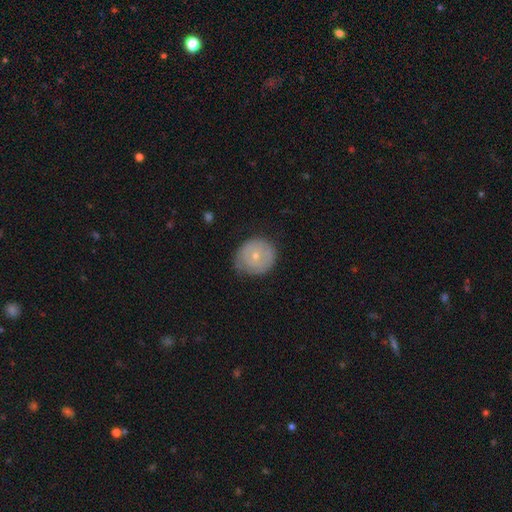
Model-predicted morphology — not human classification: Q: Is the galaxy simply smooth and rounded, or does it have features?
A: smooth — 53%.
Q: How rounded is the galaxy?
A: round — 89%.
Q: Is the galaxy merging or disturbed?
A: none — 70%.